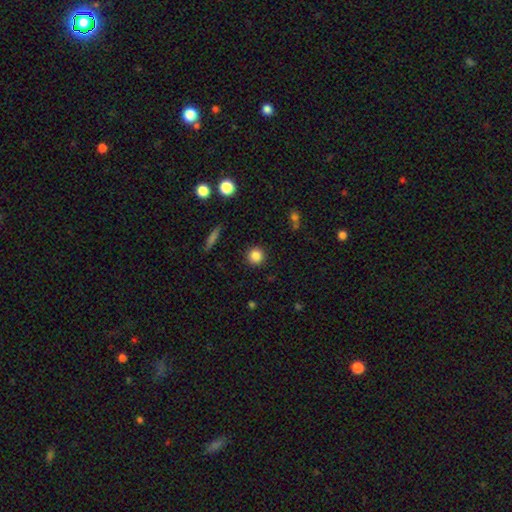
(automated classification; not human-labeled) smooth_or_featured: smooth (p=0.85) [alt: star or artifact p=0.10]
how_rounded: round (p=0.93) [alt: in between p=0.06]
merging: none (p=0.91) [alt: minor disturbance p=0.05]